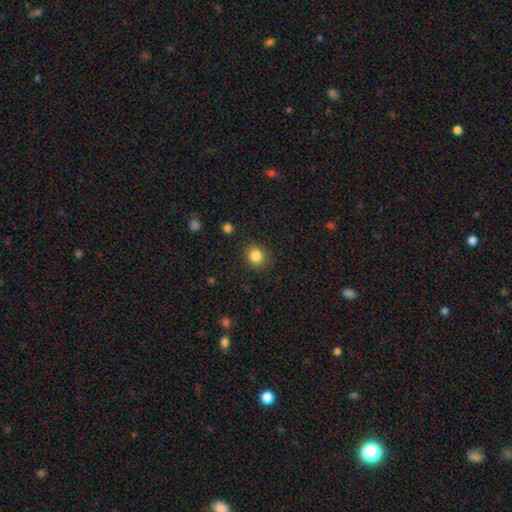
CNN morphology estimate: Overall: smooth (84%). How rounded: round (71%). Merging: none (87%).